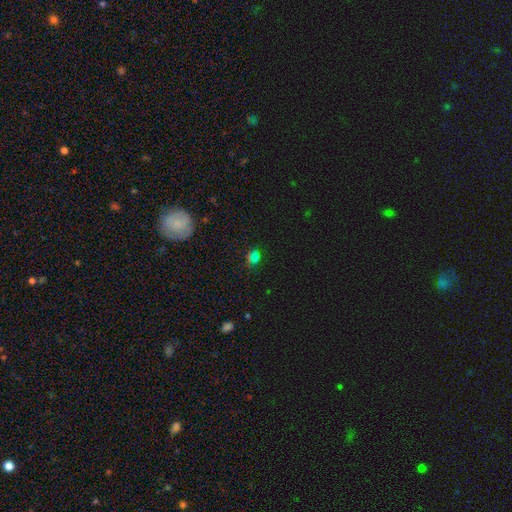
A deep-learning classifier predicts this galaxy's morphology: Smooth or featured: star or artifact — 49% (smooth — 43%)